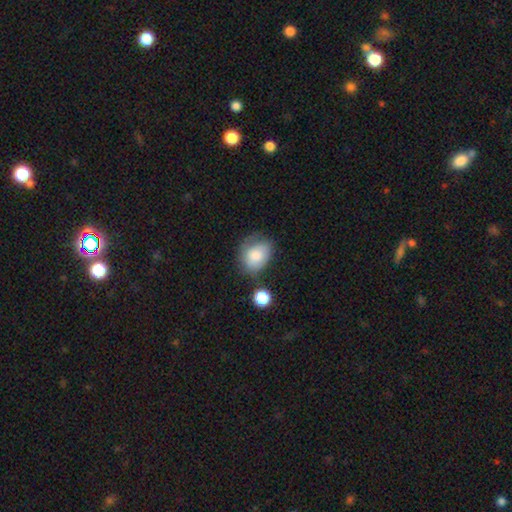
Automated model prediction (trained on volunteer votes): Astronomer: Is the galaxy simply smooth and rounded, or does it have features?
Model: smooth — 78%.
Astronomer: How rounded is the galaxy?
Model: in between — 64%.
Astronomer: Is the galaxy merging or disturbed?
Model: none — 50% (runner-up: minor disturbance, 31%).